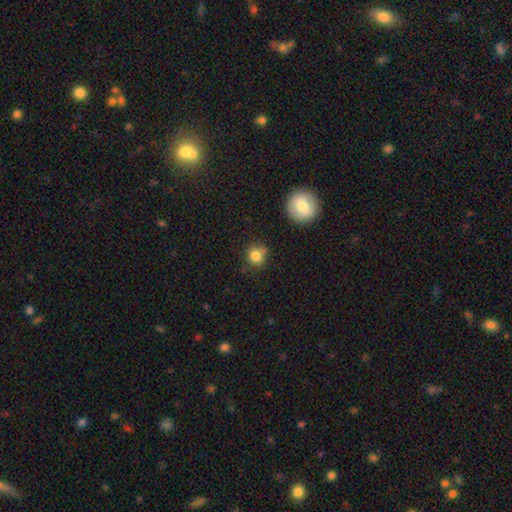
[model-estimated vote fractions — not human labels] The model was most divided on "merging": none: 67%, minor disturbance: 19%, merger: 9%, major disturbance: 5%. More confident: smooth or featured — smooth (82%); how rounded — round (78%).